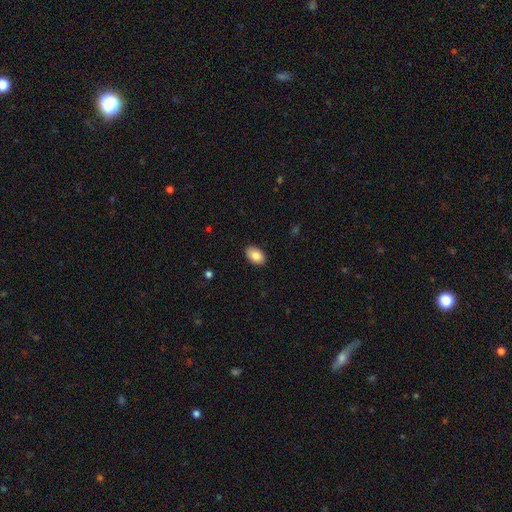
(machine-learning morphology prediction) smooth_or_featured: smooth (p=0.85) [alt: featured or disk p=0.08]
how_rounded: in between (p=0.90) [alt: round p=0.09]
merging: none (p=0.88) [alt: minor disturbance p=0.09]